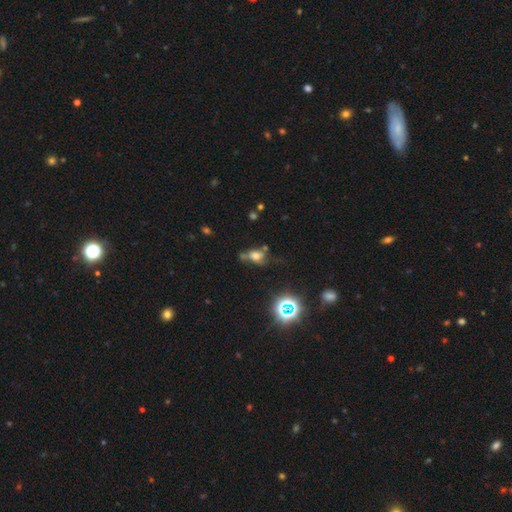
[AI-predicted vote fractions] smooth-or-featured: smooth: 50% | star or artifact: 26% | featured or disk: 24%
  how-rounded: in between: 65% | round: 30% | cigar-shaped: 5%
  merging: none: 41% | minor disturbance: 23% | merger: 19% | major disturbance: 17%